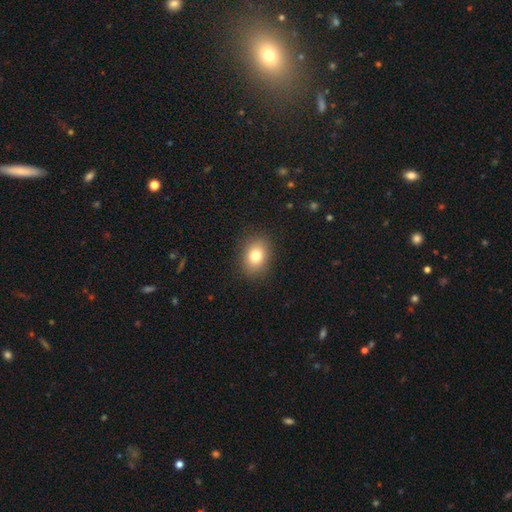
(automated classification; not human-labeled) Q: Smooth or featured?
A: smooth (79%); runner-up: star or artifact (11%)
Q: How rounded?
A: in between (61%); runner-up: round (38%)
Q: Merging?
A: none (88%); runner-up: minor disturbance (8%)